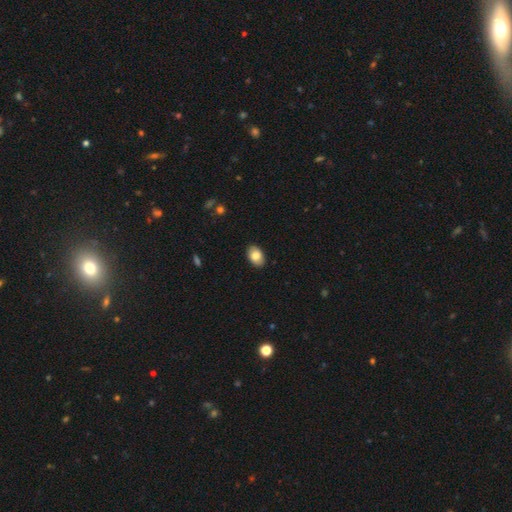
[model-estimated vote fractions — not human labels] Overall: smooth (84%). How rounded: in between (88%). Merging: none (89%).